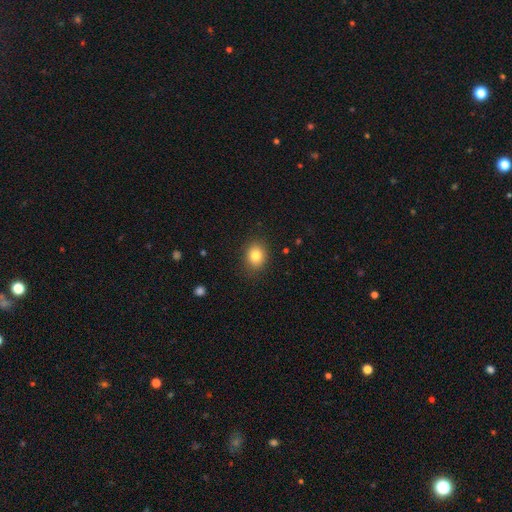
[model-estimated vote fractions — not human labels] The model was most divided on "how rounded": round: 61%, in between: 38%, cigar-shaped: 1%. More confident: merging — none (88%); smooth or featured — smooth (81%).